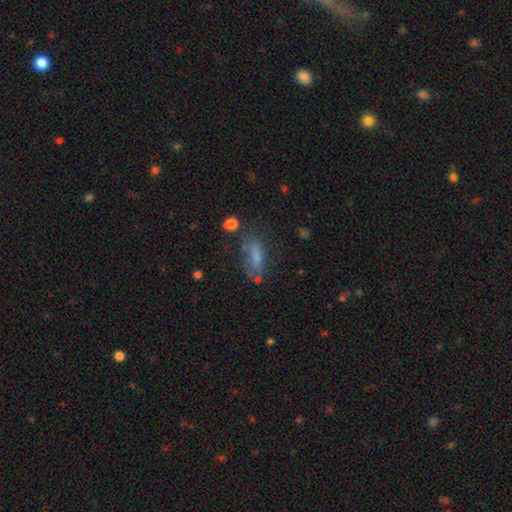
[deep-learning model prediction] Smooth or featured? smooth (61%)
How rounded? in between (54%)
Merging? none (57%)